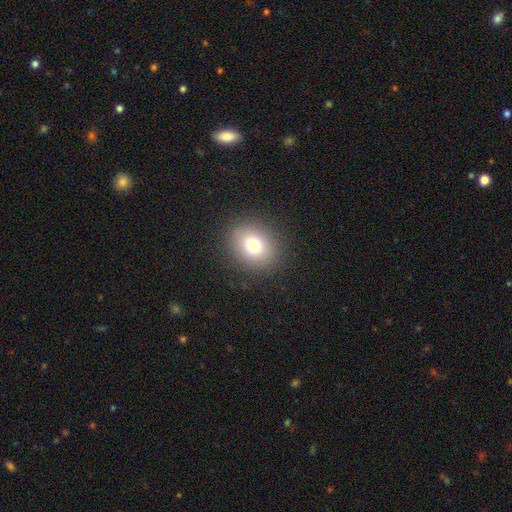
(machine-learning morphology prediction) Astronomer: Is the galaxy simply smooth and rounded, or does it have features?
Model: smooth — 74%.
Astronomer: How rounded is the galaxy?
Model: round — 73%.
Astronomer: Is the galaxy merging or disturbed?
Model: none — 92%.